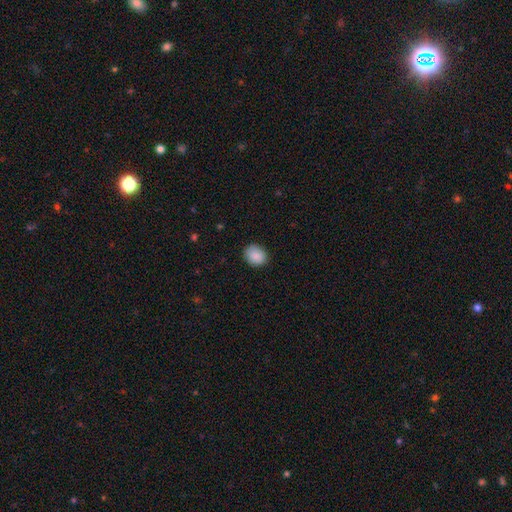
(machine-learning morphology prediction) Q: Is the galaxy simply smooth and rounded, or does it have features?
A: smooth — 89%.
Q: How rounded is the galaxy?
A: round — 54%.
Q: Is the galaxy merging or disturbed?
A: none — 86%.